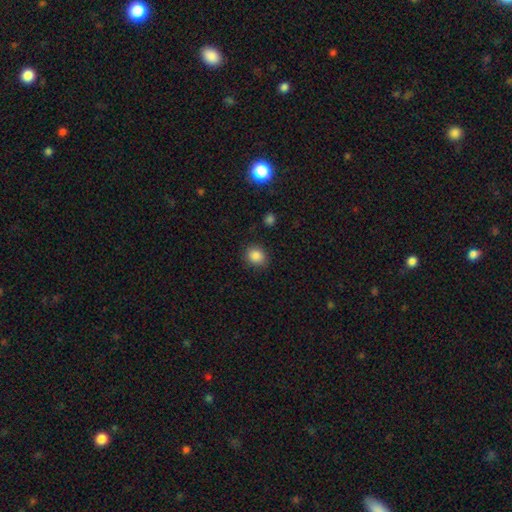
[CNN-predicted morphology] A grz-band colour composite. It shows a smooth galaxy with no disk features (86%) that is round (74%). Merging: none (88%).